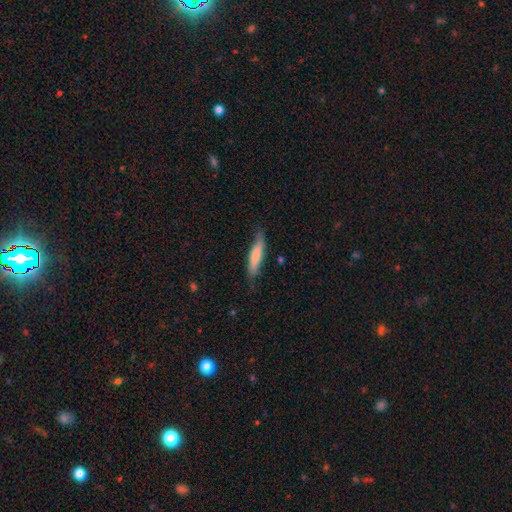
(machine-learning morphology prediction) A smooth galaxy with no disk features (73%) that is cigar-shaped (81%).

Vote fractions:
- Smooth or featured? smooth: 73% / featured or disk: 22% / star or artifact: 5%
- How rounded? cigar-shaped: 81% / in between: 17% / round: 1%
- Merging? none: 69% / minor disturbance: 24% / major disturbance: 5% / merger: 2%